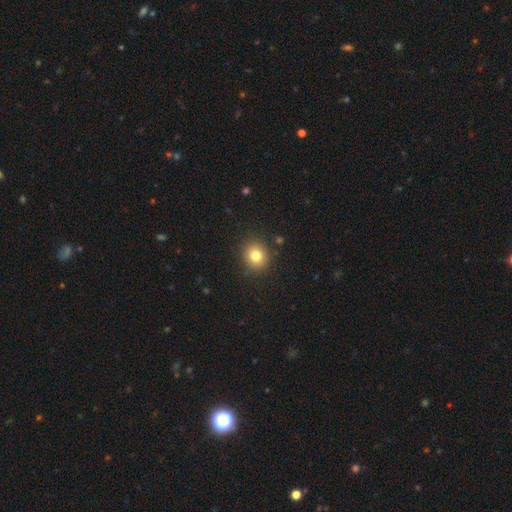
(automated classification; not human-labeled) Smooth or featured? smooth (80%)
How rounded? round (81%)
Merging? none (89%)